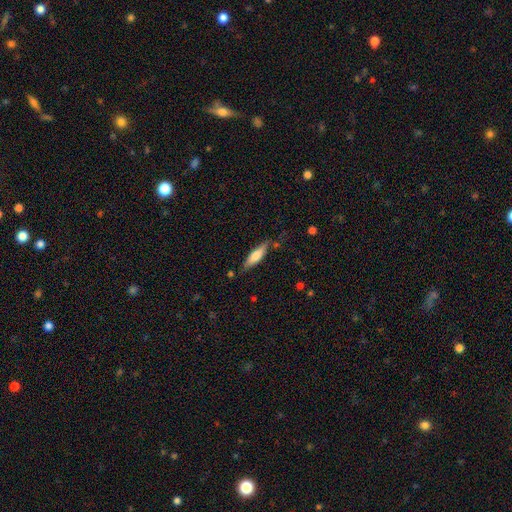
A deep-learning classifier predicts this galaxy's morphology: This appears to be a smooth galaxy with no disk features (64%) that is cigar-shaped (64%). Merging: none (77%).